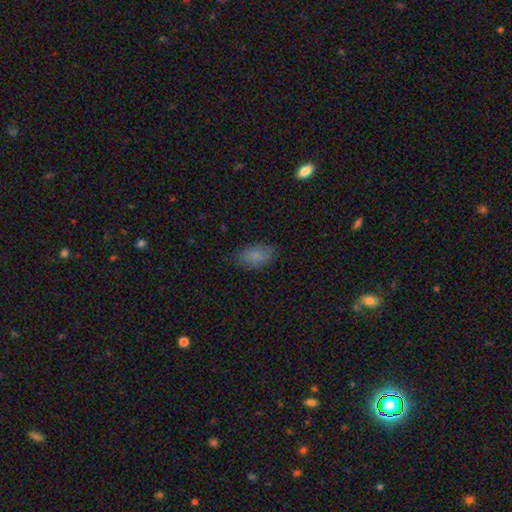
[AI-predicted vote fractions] smooth_or_featured: smooth (p=0.82) [alt: featured or disk p=0.10]
how_rounded: in between (p=0.93) [alt: round p=0.05]
merging: none (p=0.78) [alt: minor disturbance p=0.17]